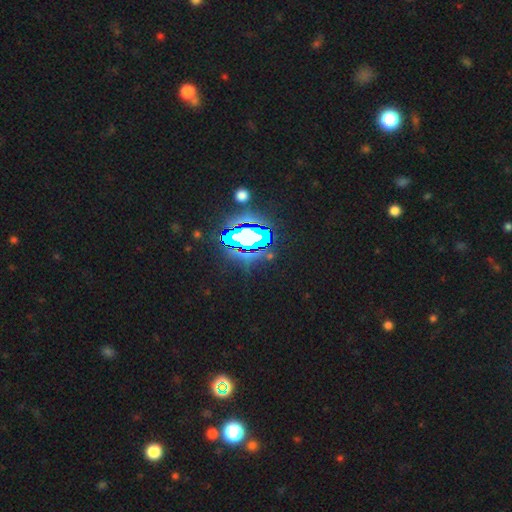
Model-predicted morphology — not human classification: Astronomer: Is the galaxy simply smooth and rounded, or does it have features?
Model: star or artifact — 83%.